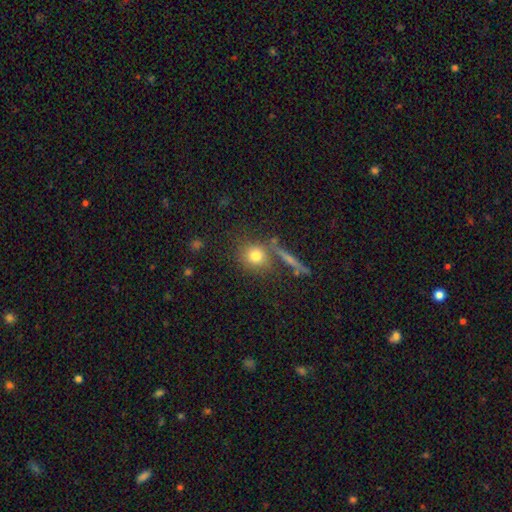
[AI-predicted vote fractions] A smooth galaxy with no disk features (74%) that is round (82%). Merging: none (73%).